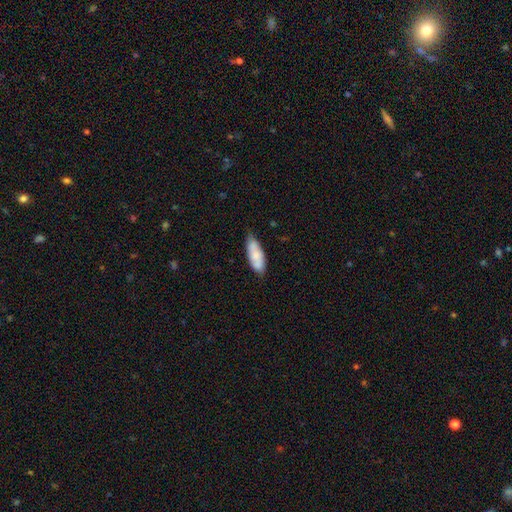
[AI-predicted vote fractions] smooth-or-featured: smooth: 75% | featured or disk: 19% | star or artifact: 6%
  how-rounded: in between: 68% | cigar-shaped: 30% | round: 2%
  merging: none: 69% | minor disturbance: 24% | major disturbance: 4% | merger: 3%